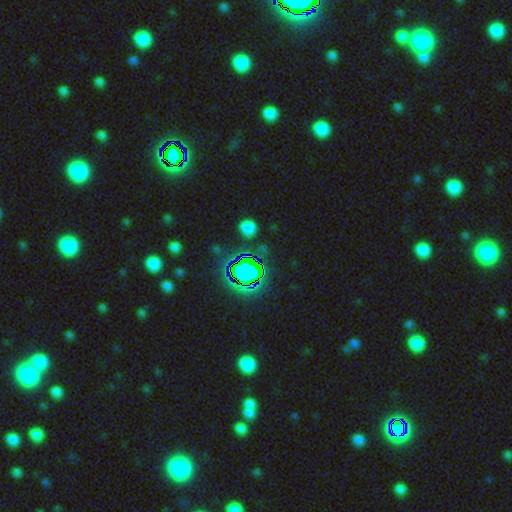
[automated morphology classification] Smooth or featured: star or artifact — 76% (smooth — 15%)